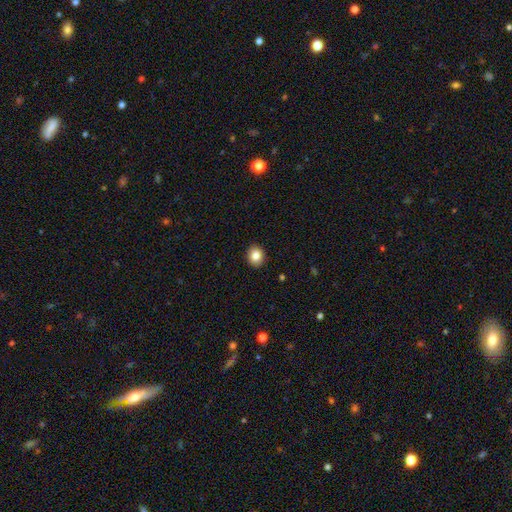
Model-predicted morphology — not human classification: Overall: smooth (84%). How rounded: round (68%; in between 31%). Merging: none (92%).